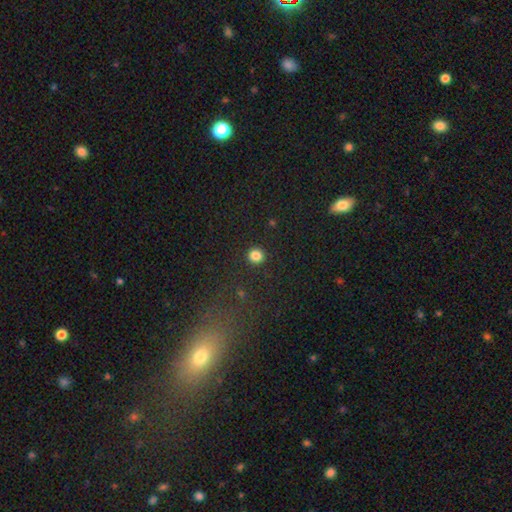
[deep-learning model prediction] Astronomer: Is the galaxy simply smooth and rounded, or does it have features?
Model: smooth — 84%.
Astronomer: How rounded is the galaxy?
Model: round — 91%.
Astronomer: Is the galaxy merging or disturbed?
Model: none — 92%.